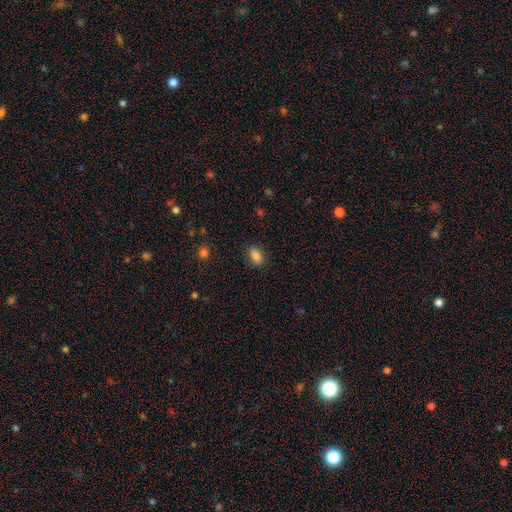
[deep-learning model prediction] smooth 85%, star or artifact 9%, featured or disk 6%. Down the decision tree: how rounded — in between (88%); merging — none (85%).